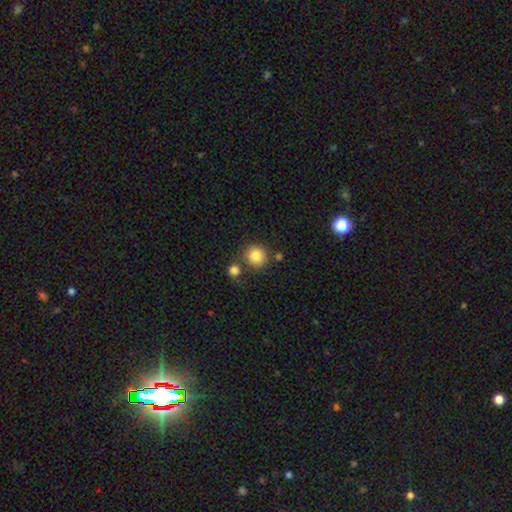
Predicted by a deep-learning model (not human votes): Smooth or featured? smooth (84%)
How rounded? round (90%)
Merging? none (72%)